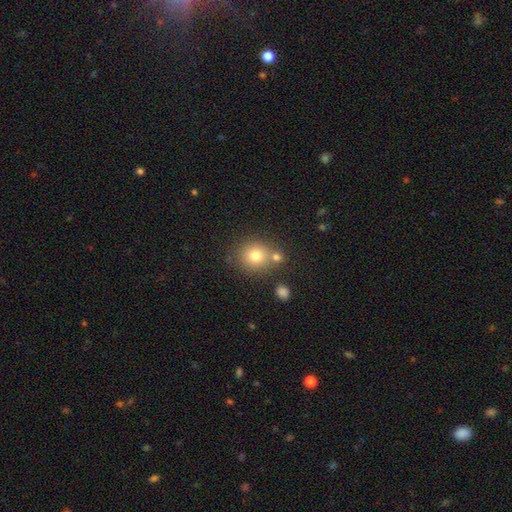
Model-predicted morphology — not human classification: Smooth or featured: smooth — 77% (star or artifact — 12%)
How rounded: round — 80% (in between — 19%)
Merging: none — 62% (merger — 24%)